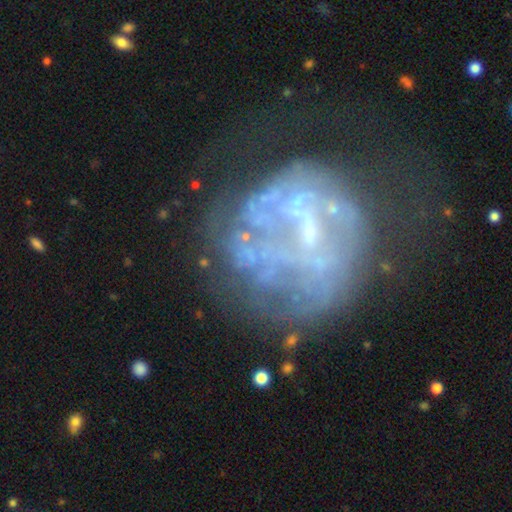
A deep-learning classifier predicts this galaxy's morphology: A featured or disk galaxy (70%) with no bar (57%), no spiral arms (70%) and no central bulge (47%).

Vote fractions:
- Smooth or featured? featured or disk: 70% / smooth: 17% / star or artifact: 12%
- Edge-on disk? no: 98% / yes: 2%
- Bar? no: 57% / weak: 31% / strong: 12%
- Spiral arms? no: 70% / yes: 30%
- Bulge size? none: 47% / small: 34% / moderate: 15% / large: 2% / dominant: 1%
- Merging? none: 43% / major disturbance: 31% / minor disturbance: 18% / merger: 8%